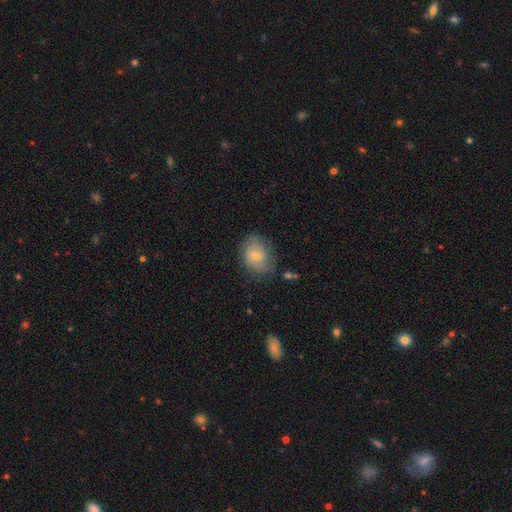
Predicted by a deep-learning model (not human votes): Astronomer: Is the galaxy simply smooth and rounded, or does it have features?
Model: smooth — 70%.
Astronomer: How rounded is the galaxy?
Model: in between — 61% (runner-up: round, 38%).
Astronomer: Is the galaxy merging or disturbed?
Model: none — 65%.